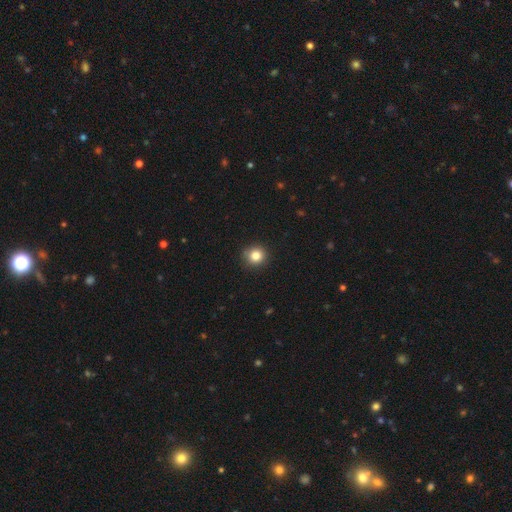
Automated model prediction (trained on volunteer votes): Overall: smooth (84%). How rounded: round (91%). Merging: none (89%).